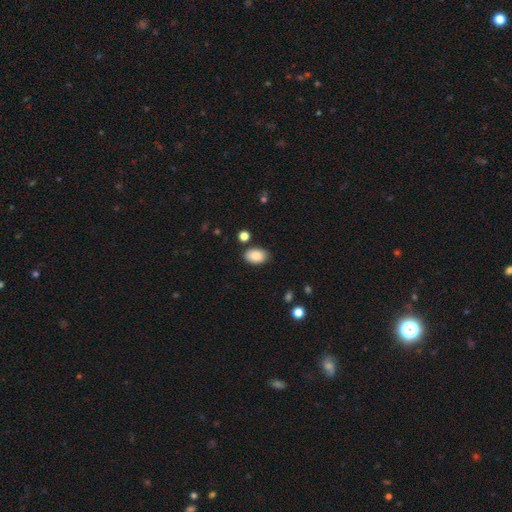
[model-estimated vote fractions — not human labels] Overall: smooth (88%). How rounded: in between (90%). Merging: none (81%).